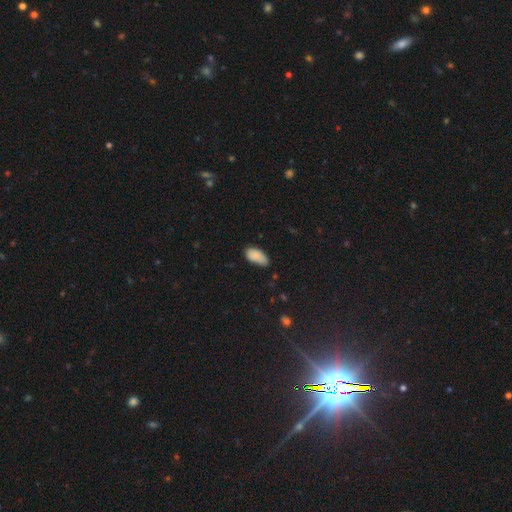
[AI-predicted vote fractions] This appears to be a smooth galaxy with no disk features (86%) that is in between round and cigar-shaped (91%). Merging: none (55%).